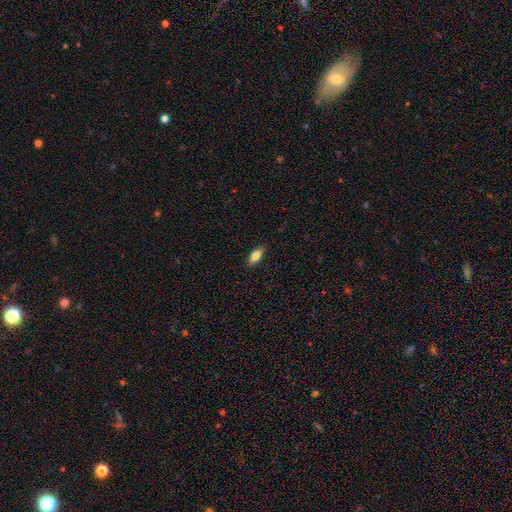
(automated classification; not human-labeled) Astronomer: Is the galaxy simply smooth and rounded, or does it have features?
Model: smooth — 80%.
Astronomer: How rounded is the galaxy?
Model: in between — 83%.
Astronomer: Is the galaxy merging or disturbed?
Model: none — 89%.